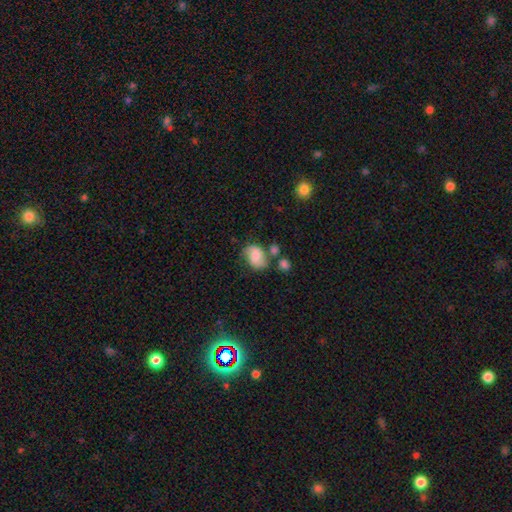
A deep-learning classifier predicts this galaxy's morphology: Q: Smooth or featured?
A: smooth (53%); runner-up: featured or disk (38%)
Q: How rounded?
A: in between (68%); runner-up: round (30%)
Q: Merging?
A: none (49%); runner-up: minor disturbance (24%)